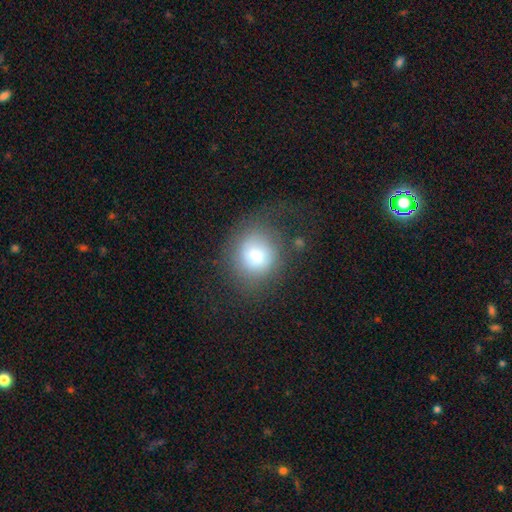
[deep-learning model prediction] Smooth or featured?
  - smooth: 71% *
  - featured or disk: 18%
  - star or artifact: 10%
How rounded?
  - round: 75% *
  - in between: 24%
  - cigar-shaped: 1%
Merging?
  - none: 55% *
  - major disturbance: 21%
  - minor disturbance: 21%
  - merger: 3%